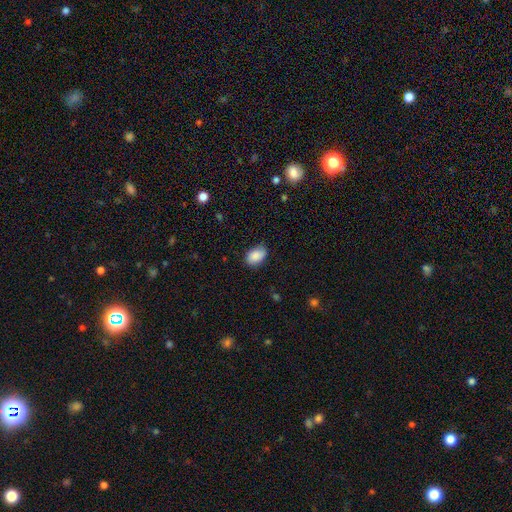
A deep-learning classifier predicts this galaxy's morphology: Smooth or featured?
  - smooth: 88% *
  - star or artifact: 7%
  - featured or disk: 5%
How rounded?
  - in between: 88% *
  - round: 11%
  - cigar-shaped: 1%
Merging?
  - none: 77% *
  - minor disturbance: 19%
  - major disturbance: 3%
  - merger: 1%